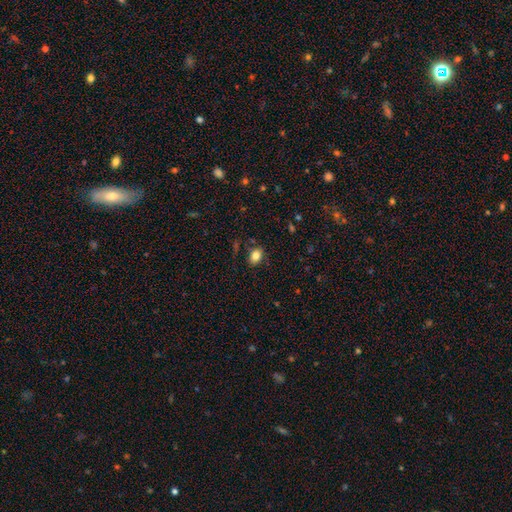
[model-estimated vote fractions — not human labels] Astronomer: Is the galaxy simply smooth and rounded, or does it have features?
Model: smooth — 83%.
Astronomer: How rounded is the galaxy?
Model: in between — 71%.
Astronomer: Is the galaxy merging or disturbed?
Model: none — 81%.